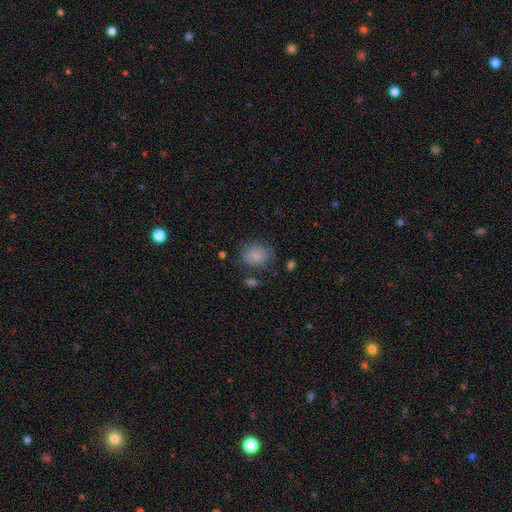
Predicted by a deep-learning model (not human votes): Smooth or featured? smooth (83%)
How rounded? round (60%)
Merging? none (70%)